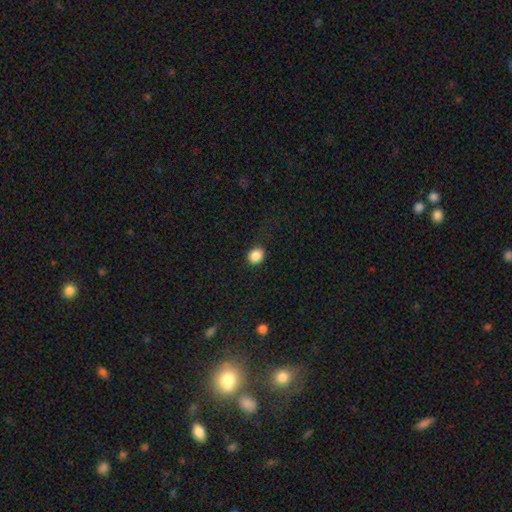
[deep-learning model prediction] smooth 87%, star or artifact 10%, featured or disk 4%. Down the decision tree: how rounded — round (71%); merging — none (87%).